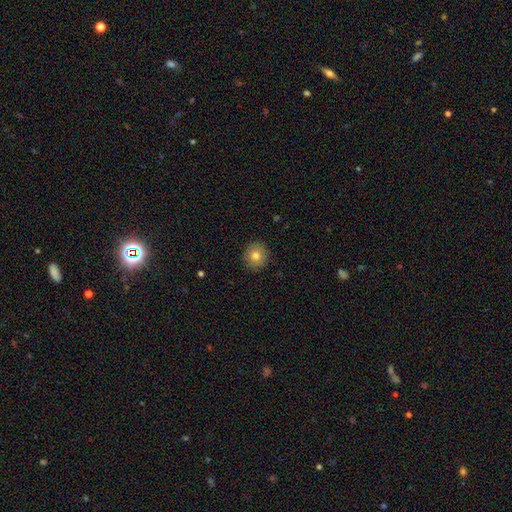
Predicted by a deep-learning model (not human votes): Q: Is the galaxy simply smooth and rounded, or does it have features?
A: smooth — 77%.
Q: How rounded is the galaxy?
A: round — 88%.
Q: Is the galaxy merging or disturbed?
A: none — 90%.